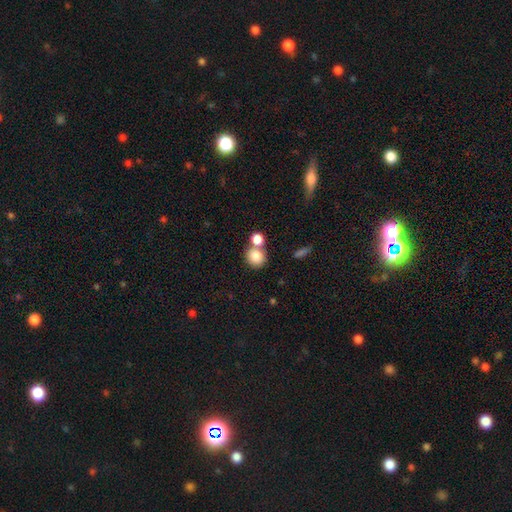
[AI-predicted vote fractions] smooth-or-featured: smooth: 82% | star or artifact: 10% | featured or disk: 8%
  how-rounded: round: 85% | in between: 14% | cigar-shaped: 1%
  merging: none: 53% | merger: 36% | minor disturbance: 8% | major disturbance: 3%